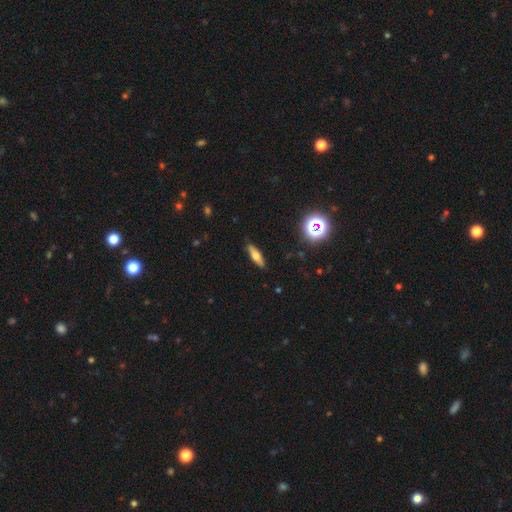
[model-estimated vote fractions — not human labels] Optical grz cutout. It shows a smooth galaxy with no disk features (56%) that is cigar-shaped (58%). Merging: none (89%).